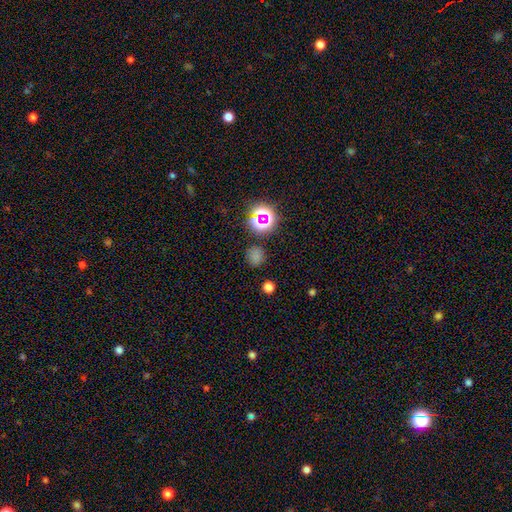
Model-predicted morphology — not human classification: Smooth or featured: smooth — 68% (star or artifact — 27%)
How rounded: round — 80% (in between — 19%)
Merging: none — 82% (minor disturbance — 11%)